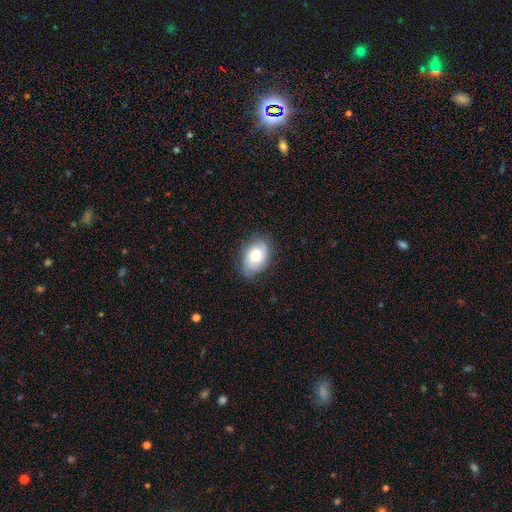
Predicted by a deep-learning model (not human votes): Smooth or featured? smooth (61%)
How rounded? in between (85%)
Merging? none (73%)